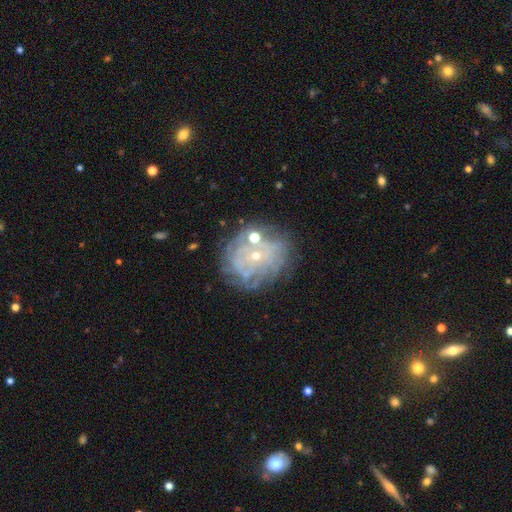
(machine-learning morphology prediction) featured or disk 72%, smooth 16%, star or artifact 12%. Down the decision tree: edge-on disk — no (97%); bar — no (82%); spiral arms — yes (73%); spiral arm count — can't tell (53%); spiral winding — tight (74%); bulge size — small (79%); merging — none (68%).